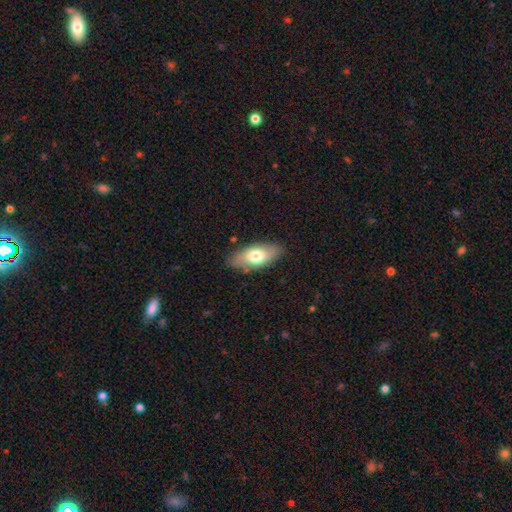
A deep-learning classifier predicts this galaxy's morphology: A smooth galaxy with no disk features (69%) that is in between round and cigar-shaped (87%). Merging: none (83%).